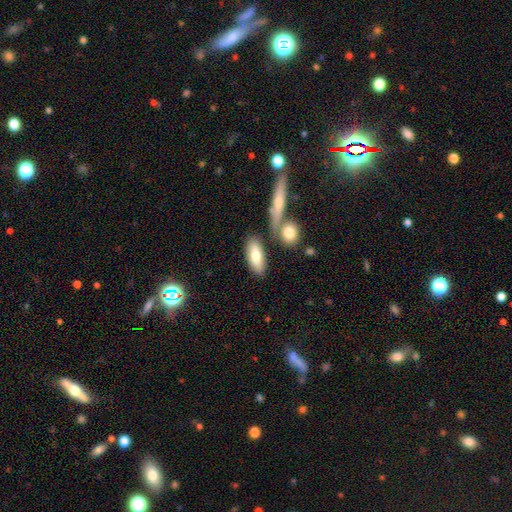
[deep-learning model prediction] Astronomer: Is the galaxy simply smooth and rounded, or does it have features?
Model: smooth — 76%.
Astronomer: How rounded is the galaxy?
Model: in between — 76%.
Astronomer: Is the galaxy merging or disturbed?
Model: none — 71%.